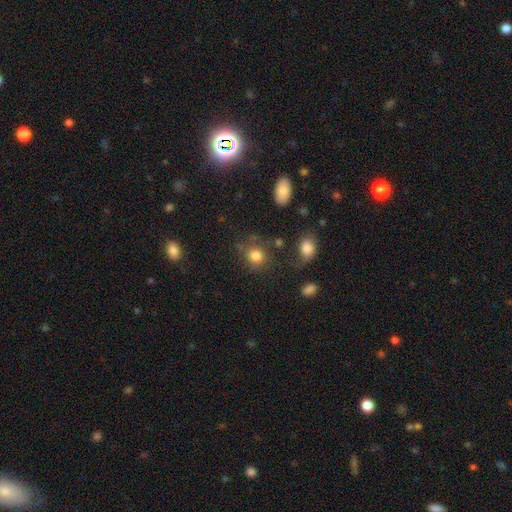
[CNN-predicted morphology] smooth_or_featured: smooth (p=0.80) [alt: star or artifact p=0.12]
how_rounded: round (p=0.83) [alt: in between p=0.16]
merging: none (p=0.71) [alt: minor disturbance p=0.14]